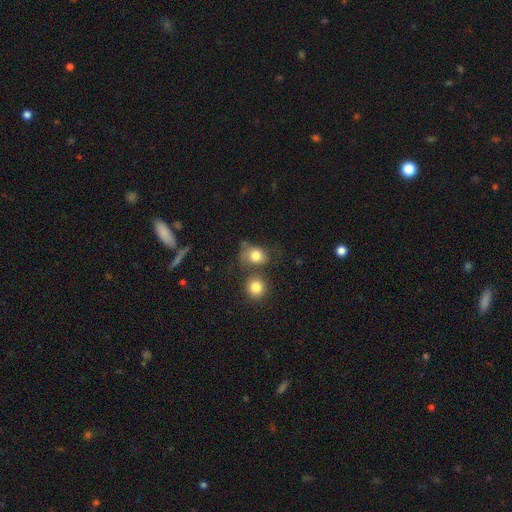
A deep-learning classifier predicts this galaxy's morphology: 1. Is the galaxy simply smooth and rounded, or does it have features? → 79% smooth, 11% featured or disk, 10% star or artifact.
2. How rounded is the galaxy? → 56% round, 43% in between, 1% cigar-shaped.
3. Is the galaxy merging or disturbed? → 46% none, 24% merger, 19% minor disturbance, 10% major disturbance.